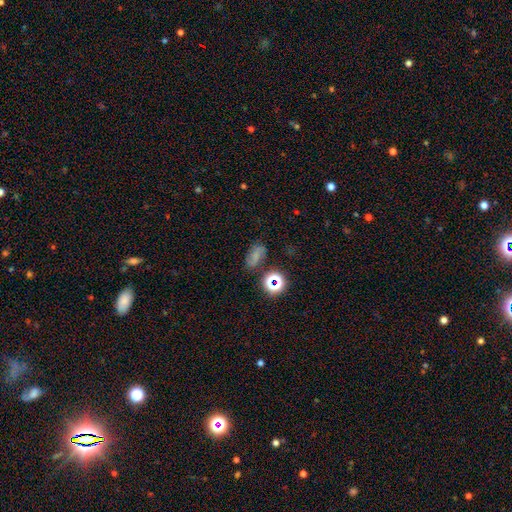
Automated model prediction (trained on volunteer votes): Smooth or featured: smooth — 43% (featured or disk — 32%)
Merging: none — 68% (minor disturbance — 19%)